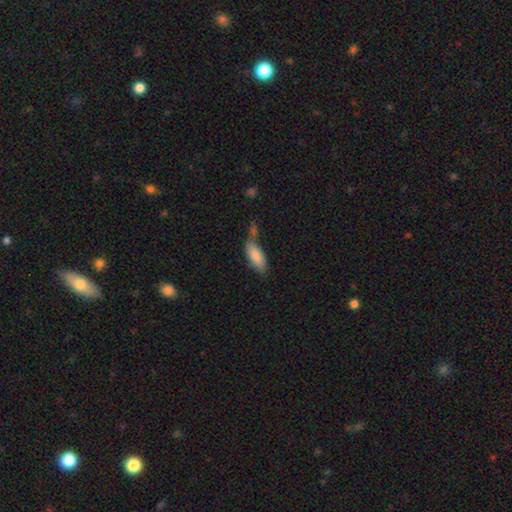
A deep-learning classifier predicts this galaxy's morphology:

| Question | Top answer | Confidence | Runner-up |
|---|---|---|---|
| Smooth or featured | smooth | 84% | featured or disk (9%) |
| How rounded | in between | 81% | cigar-shaped (17%) |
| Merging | none | 39% | merger (28%) |